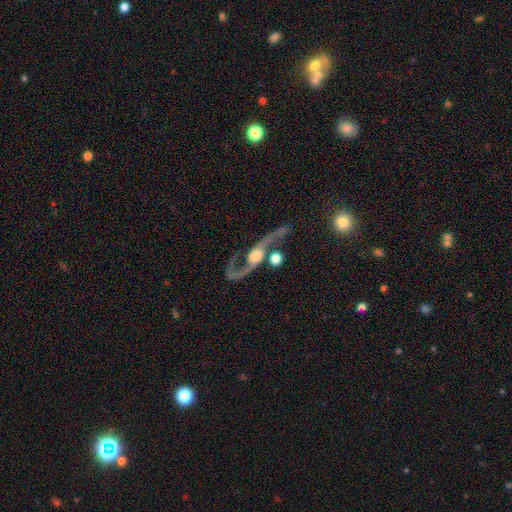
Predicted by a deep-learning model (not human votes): A featured or disk galaxy (87%) with no bar (62%), 2 (92%) loose (78%) spiral arms (93%) and a moderate central bulge (44%).

Vote fractions:
- Smooth or featured? featured or disk: 87% / smooth: 8% / star or artifact: 6%
- Edge-on disk? no: 85% / yes: 15%
- Bar? no: 62% / weak: 26% / strong: 12%
- Spiral arms? yes: 93% / no: 7%
- Spiral winding? loose: 78% / medium: 17% / tight: 5%
- Spiral arm count? 2: 92% / 1: 3% / can't tell: 2% / 3: 1% / 4: 1% / more than 4: 1%
- Bulge size? moderate: 44% / large: 33% / small: 14% / dominant: 5% / none: 5%
- Merging? none: 52% / merger: 20% / major disturbance: 14% / minor disturbance: 14%